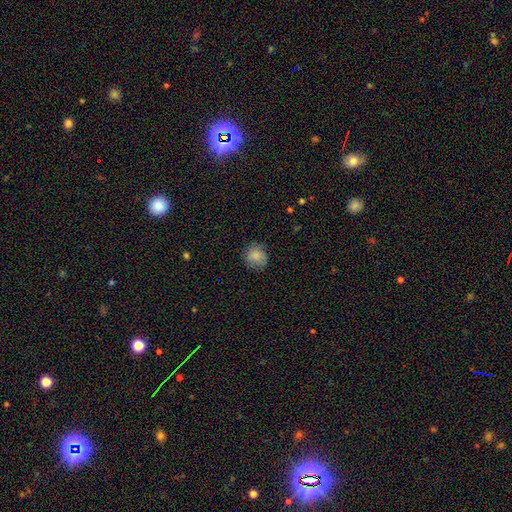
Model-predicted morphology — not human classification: A smooth galaxy with no disk features (86%) that is round (87%).

Vote fractions:
- Smooth or featured? smooth: 86% / star or artifact: 8% / featured or disk: 6%
- How rounded? round: 87% / in between: 12% / cigar-shaped: 1%
- Merging? none: 82% / minor disturbance: 13% / major disturbance: 3% / merger: 1%